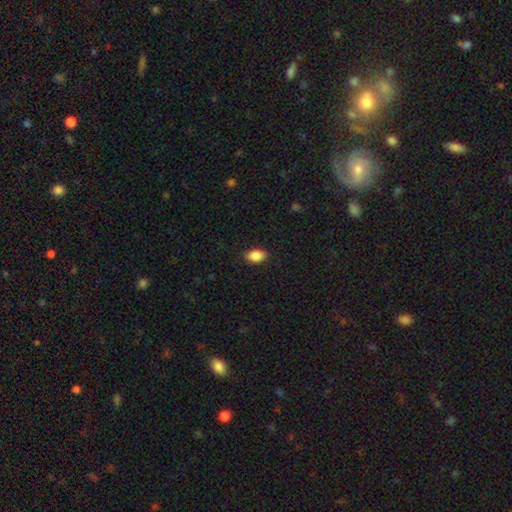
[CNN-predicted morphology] Smooth or featured?
  - smooth: 88% *
  - star or artifact: 8%
  - featured or disk: 4%
How rounded?
  - in between: 87% *
  - round: 11%
  - cigar-shaped: 2%
Merging?
  - none: 88% *
  - minor disturbance: 9%
  - major disturbance: 2%
  - merger: 1%